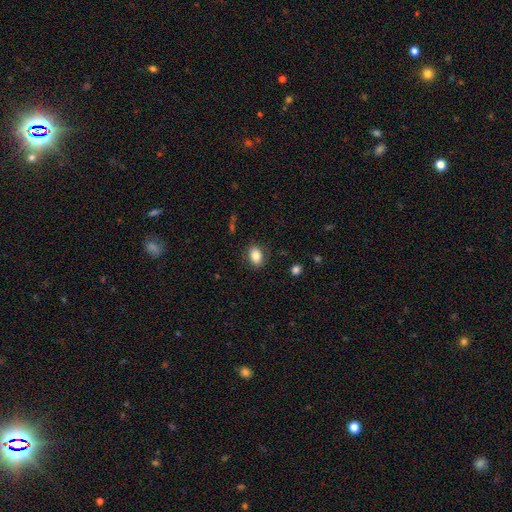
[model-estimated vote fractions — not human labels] A smooth galaxy with no disk features (84%) that is in between round and cigar-shaped (76%). Merging: none (85%).